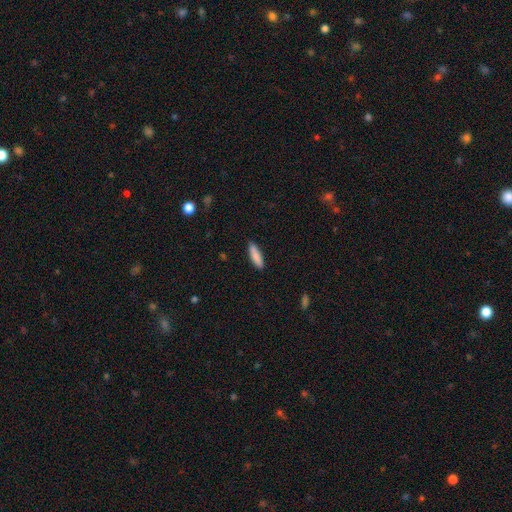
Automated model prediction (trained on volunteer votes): Smooth or featured: smooth — 87% (featured or disk — 7%)
How rounded: cigar-shaped — 66% (in between — 33%)
Merging: none — 88% (minor disturbance — 9%)